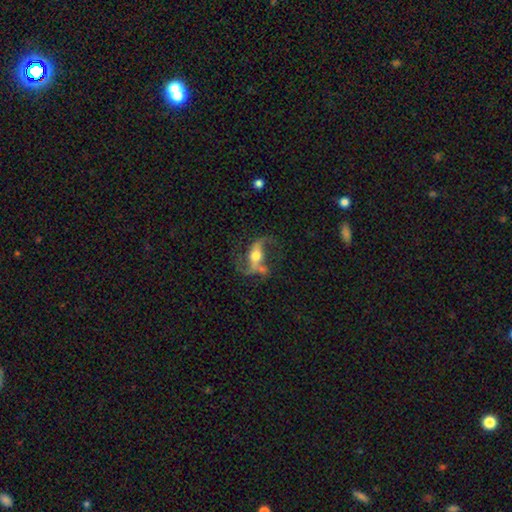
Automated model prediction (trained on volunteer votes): Morphology: type=featured or disk (79%); edge-on=no (89%); bar=strong (37%); spiral arms=yes (89%); winding=loose (72%); arm count=2 (87%); bulge=moderate (61%); merging=none (52%).